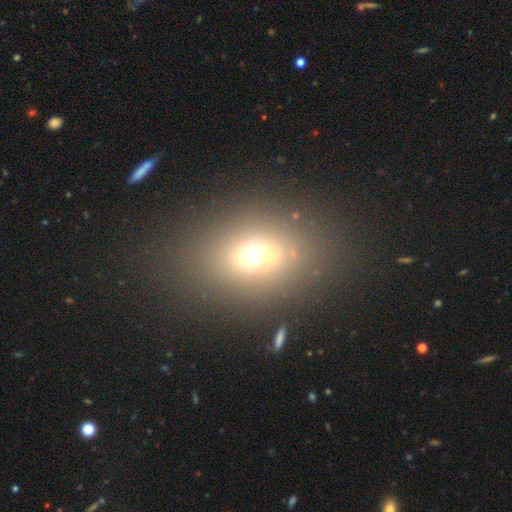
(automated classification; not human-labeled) A smooth galaxy with no disk features (63%) that is in between round and cigar-shaped (64%).

Vote fractions:
- Smooth or featured? smooth: 63% / star or artifact: 21% / featured or disk: 16%
- How rounded? in between: 64% / round: 34% / cigar-shaped: 2%
- Merging? none: 78% / minor disturbance: 10% / major disturbance: 7% / merger: 4%